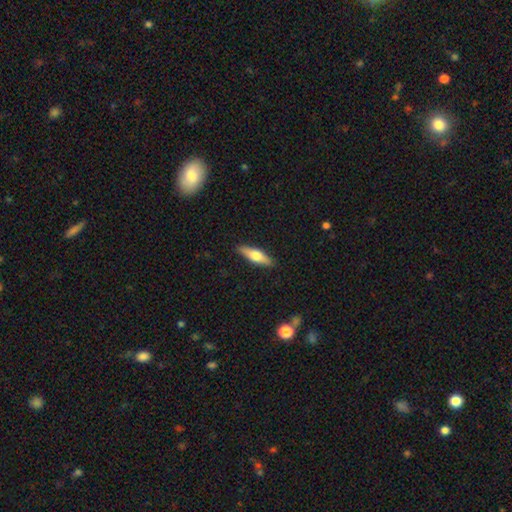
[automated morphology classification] Overall: smooth (55%; featured or disk 39%). How rounded: cigar-shaped (57%; in between 41%). Merging: none (89%).